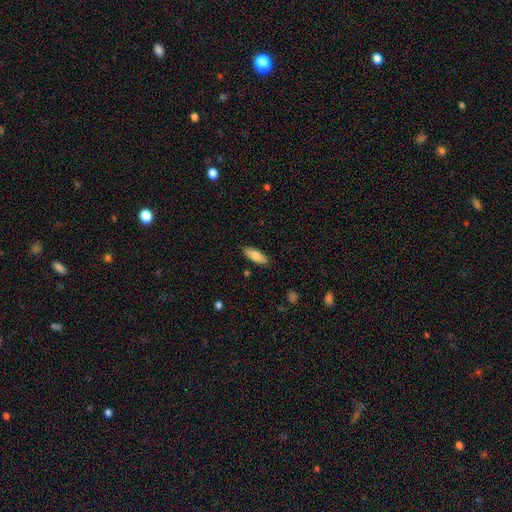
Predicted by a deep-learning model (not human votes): Q: Smooth or featured?
A: smooth (80%); runner-up: featured or disk (14%)
Q: How rounded?
A: in between (65%); runner-up: cigar-shaped (33%)
Q: Merging?
A: none (88%); runner-up: minor disturbance (9%)